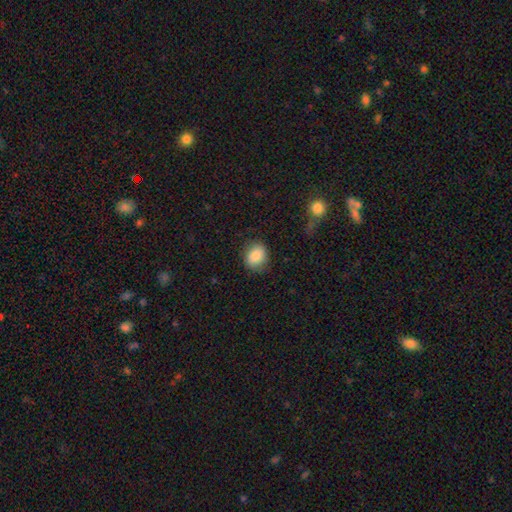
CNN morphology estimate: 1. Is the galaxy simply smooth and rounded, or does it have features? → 85% smooth, 8% star or artifact, 8% featured or disk.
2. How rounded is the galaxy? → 56% round, 43% in between, 1% cigar-shaped.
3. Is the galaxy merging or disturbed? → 78% none, 16% minor disturbance, 5% major disturbance, 1% merger.